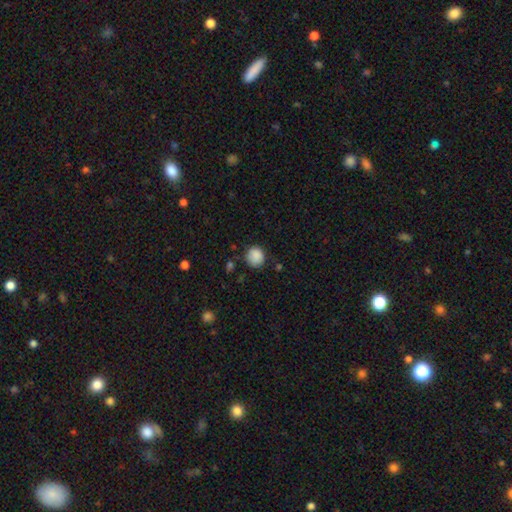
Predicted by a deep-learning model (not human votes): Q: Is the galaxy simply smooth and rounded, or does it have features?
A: smooth — 88%.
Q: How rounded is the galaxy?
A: round — 83%.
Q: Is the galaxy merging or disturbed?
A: none — 75%.